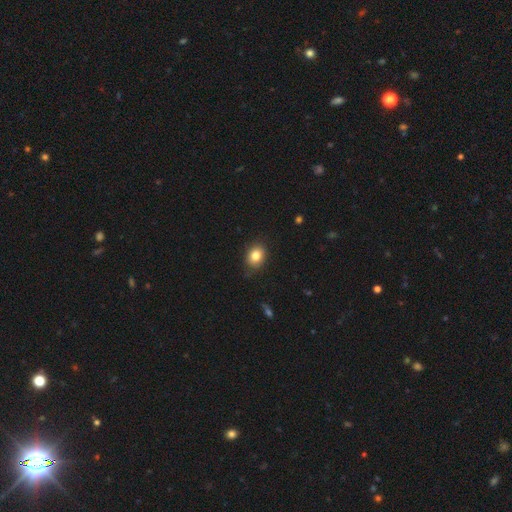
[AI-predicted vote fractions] smooth_or_featured: smooth (p=0.83) [alt: star or artifact p=0.09]
how_rounded: in between (p=0.58) [alt: round p=0.41]
merging: none (p=0.83) [alt: minor disturbance p=0.13]